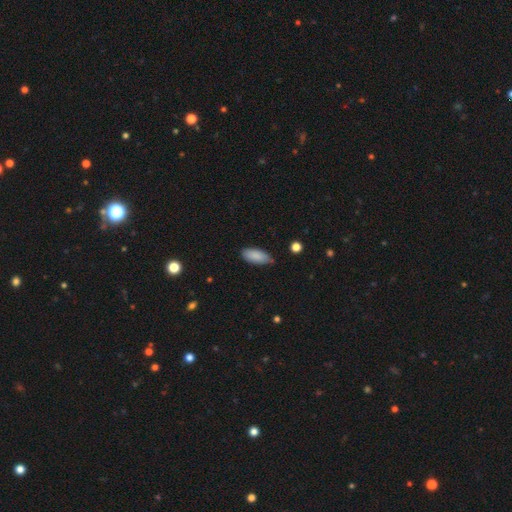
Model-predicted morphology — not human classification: Smooth or featured: smooth — 87% (star or artifact — 6%)
How rounded: in between — 85% (cigar-shaped — 13%)
Merging: none — 72% (minor disturbance — 23%)